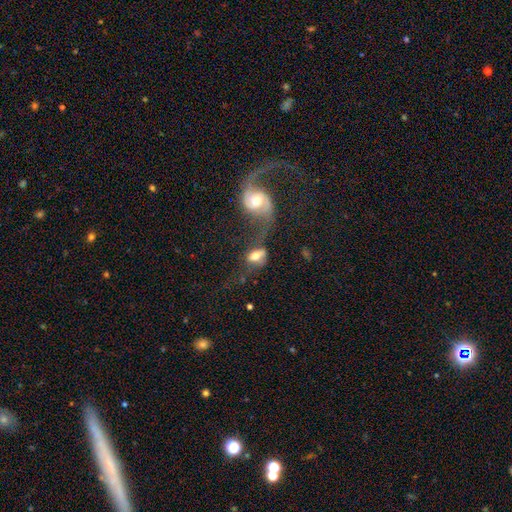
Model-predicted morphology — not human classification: Smooth or featured? smooth (50%)
Merging? merger (42%)